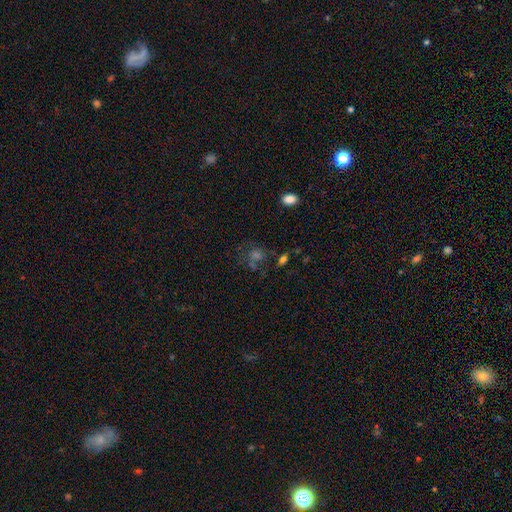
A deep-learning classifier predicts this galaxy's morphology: type=star or artifact (39%).